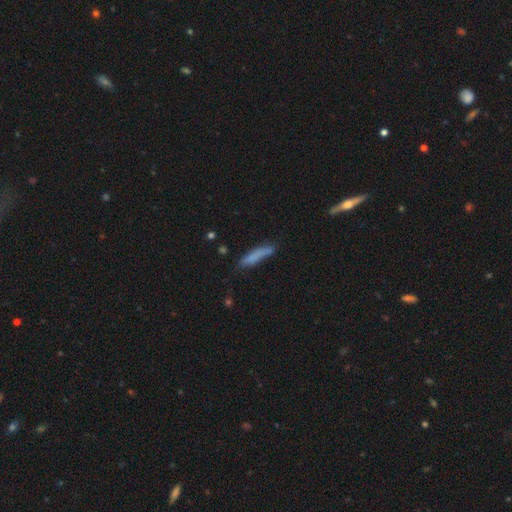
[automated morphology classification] Smooth or featured? Predicted: smooth (p=0.75). How rounded? Predicted: cigar-shaped (p=0.84). Merging? Predicted: none (p=0.67).